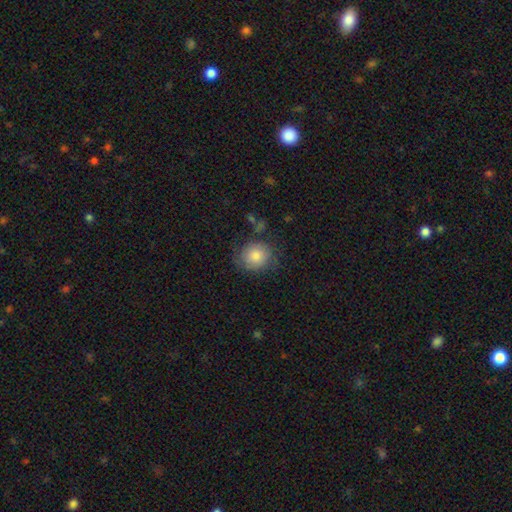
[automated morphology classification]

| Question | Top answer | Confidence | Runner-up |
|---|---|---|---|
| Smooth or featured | smooth | 77% | featured or disk (14%) |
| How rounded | round | 79% | in between (20%) |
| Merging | none | 70% | minor disturbance (20%) |